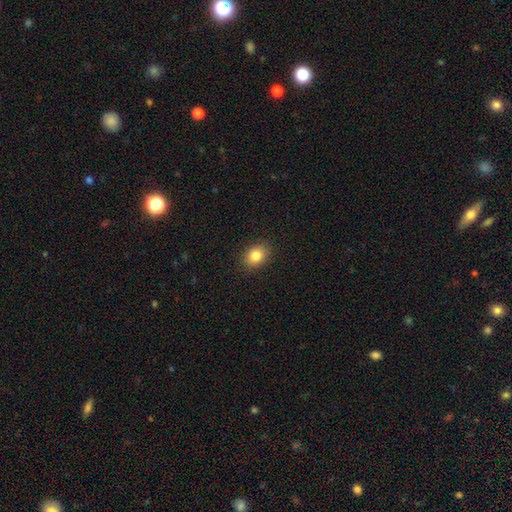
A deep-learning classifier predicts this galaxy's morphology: Overall: smooth (84%). How rounded: in between (65%; round 34%). Merging: none (89%).